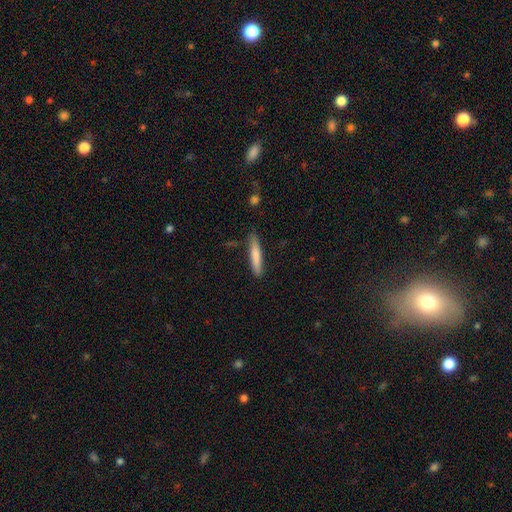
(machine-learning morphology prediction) Smooth or featured: smooth — 77% (featured or disk — 17%)
How rounded: cigar-shaped — 91% (in between — 8%)
Merging: none — 83% (minor disturbance — 13%)